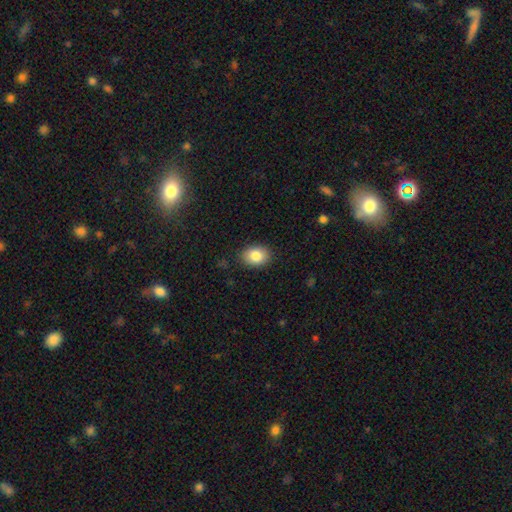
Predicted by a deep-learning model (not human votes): The model was most divided on "how rounded": in between: 66%, round: 33%, cigar-shaped: 1%. More confident: merging — none (88%); smooth or featured — smooth (85%).